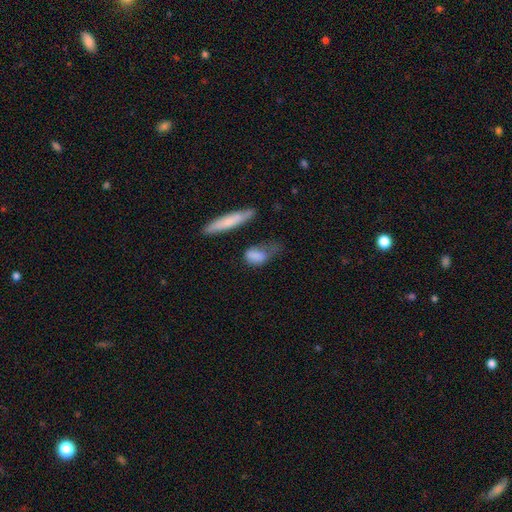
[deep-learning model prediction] Smooth or featured?
  - smooth: 78% *
  - featured or disk: 14%
  - star or artifact: 8%
How rounded?
  - in between: 68% *
  - cigar-shaped: 20%
  - round: 13%
Merging?
  - none: 37% *
  - minor disturbance: 33%
  - major disturbance: 22%
  - merger: 7%